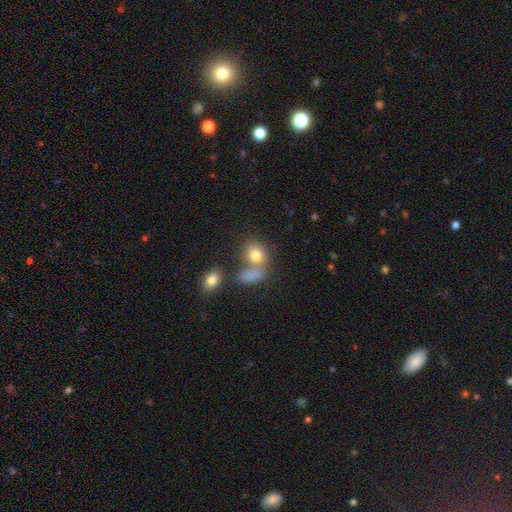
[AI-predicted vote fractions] A smooth galaxy with no disk features (78%) that is round (51%). Merging: none (40%, tied with merger).